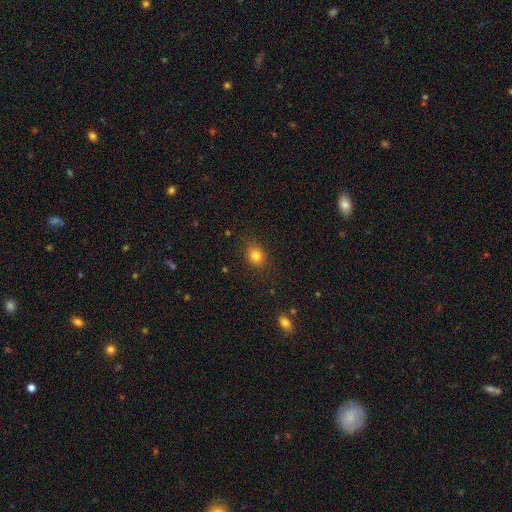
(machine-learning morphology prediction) Smooth or featured? Predicted: smooth (p=0.82). How rounded? Predicted: round (p=0.58). Merging? Predicted: none (p=0.86).